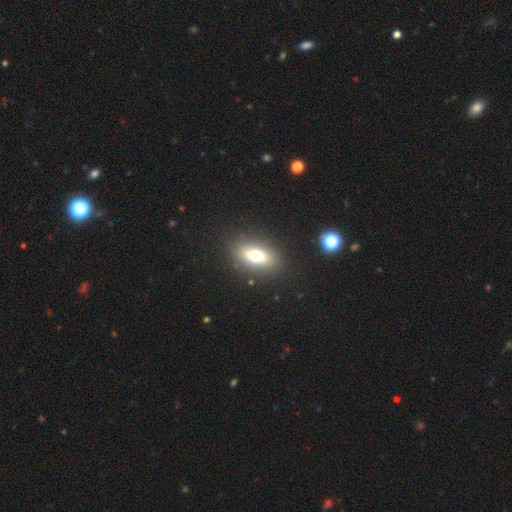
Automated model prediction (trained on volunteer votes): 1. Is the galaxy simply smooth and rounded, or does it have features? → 68% smooth, 20% featured or disk, 12% star or artifact.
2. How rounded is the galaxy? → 79% in between, 11% round, 10% cigar-shaped.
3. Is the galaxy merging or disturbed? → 85% none, 9% minor disturbance, 4% major disturbance, 2% merger.